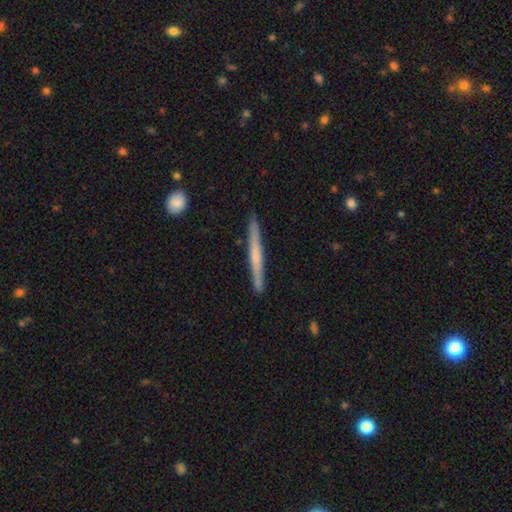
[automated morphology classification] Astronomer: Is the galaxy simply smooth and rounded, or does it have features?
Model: featured or disk — 51% (runner-up: smooth, 44%).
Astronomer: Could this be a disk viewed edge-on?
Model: yes — 97%.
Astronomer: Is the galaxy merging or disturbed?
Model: none — 91%.